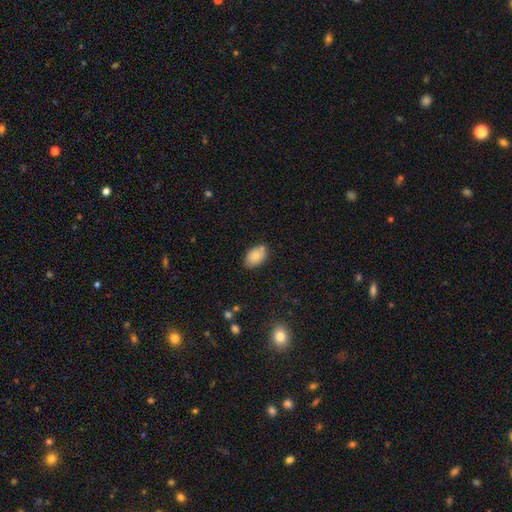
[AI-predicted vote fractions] Morphology: type=smooth (77%); roundness=in between (90%); merging=none (75%).